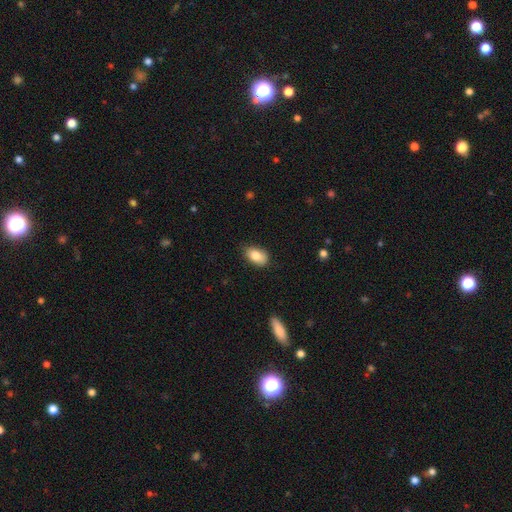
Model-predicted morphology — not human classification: Smooth or featured? Predicted: smooth (p=0.83). How rounded? Predicted: in between (p=0.90). Merging? Predicted: none (p=0.72).